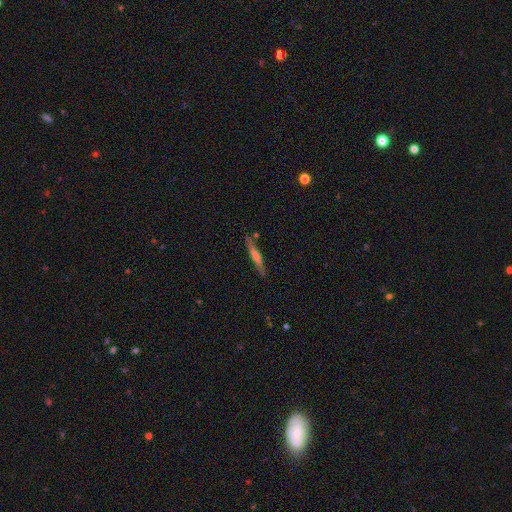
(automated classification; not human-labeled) A featured or disk galaxy (54%) viewed edge-on (96%) with a rounded central bulge (43%).

Vote fractions:
- Smooth or featured? featured or disk: 54% / smooth: 39% / star or artifact: 6%
- Edge-on disk? yes: 96% / no: 4%
- Edge-on bulge? rounded: 43% / none: 39% / boxy: 17%
- Merging? none: 86% / minor disturbance: 10% / merger: 2% / major disturbance: 2%